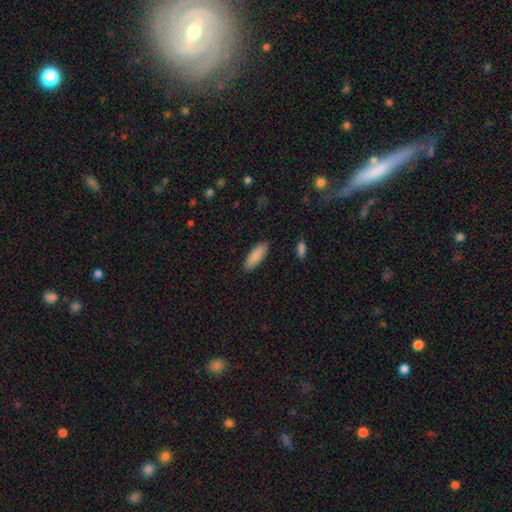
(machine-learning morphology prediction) smooth_or_featured: smooth (p=0.88) [alt: star or artifact p=0.06]
how_rounded: in between (p=0.63) [alt: cigar-shaped p=0.36]
merging: none (p=0.88) [alt: minor disturbance p=0.09]